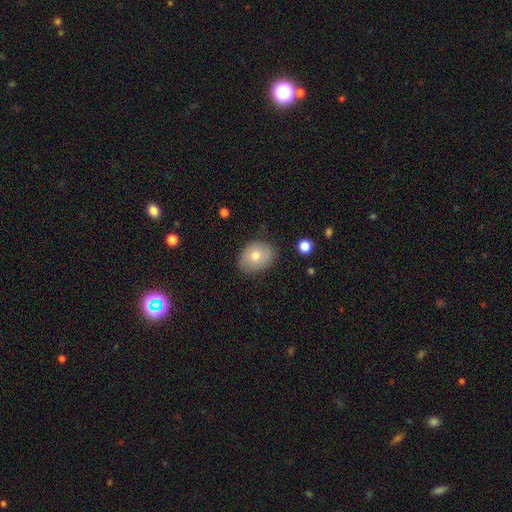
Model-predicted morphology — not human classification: smooth_or_featured: smooth (p=0.74) [alt: featured or disk p=0.18]
how_rounded: in between (p=0.62) [alt: round p=0.37]
merging: none (p=0.80) [alt: minor disturbance p=0.16]